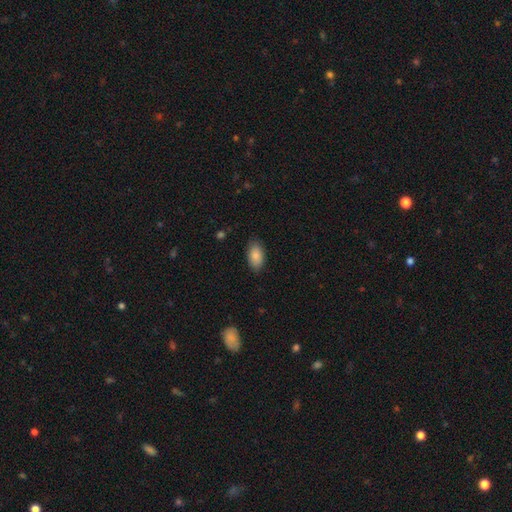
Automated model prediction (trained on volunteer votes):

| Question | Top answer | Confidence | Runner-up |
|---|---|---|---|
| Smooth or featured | smooth | 87% | featured or disk (7%) |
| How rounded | in between | 94% | round (4%) |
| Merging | none | 85% | minor disturbance (12%) |